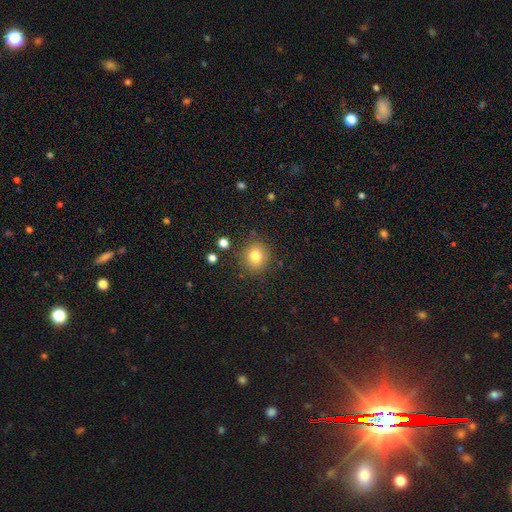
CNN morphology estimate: Overall: smooth (80%). How rounded: round (87%). Merging: none (86%).